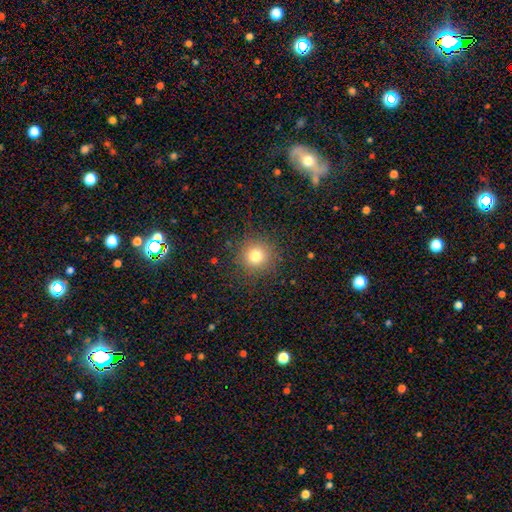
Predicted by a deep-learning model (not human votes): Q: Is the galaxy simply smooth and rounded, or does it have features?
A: smooth — 78%.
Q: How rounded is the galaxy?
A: round — 94%.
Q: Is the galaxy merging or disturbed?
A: none — 89%.